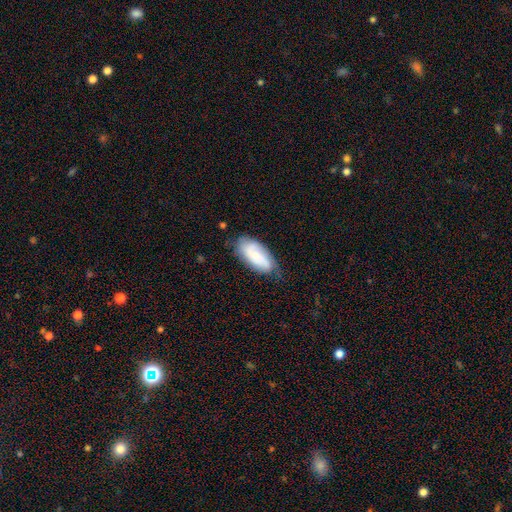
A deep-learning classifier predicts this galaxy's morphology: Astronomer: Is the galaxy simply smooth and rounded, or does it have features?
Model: smooth — 53% (runner-up: featured or disk, 40%).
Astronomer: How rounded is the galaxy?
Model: in between — 89%.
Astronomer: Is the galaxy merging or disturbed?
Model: none — 68%.